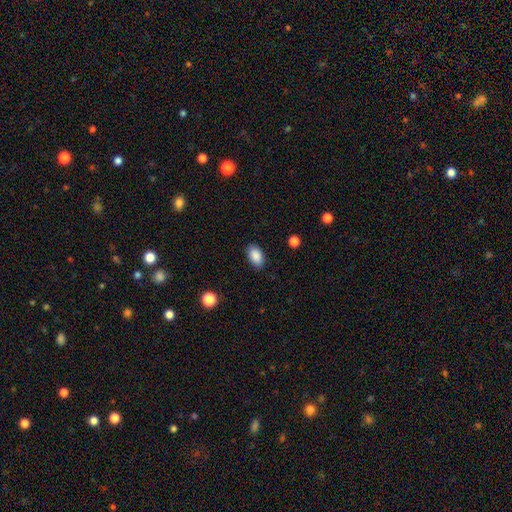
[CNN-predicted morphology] type=smooth (89%); roundness=in between (90%); merging=none (87%).